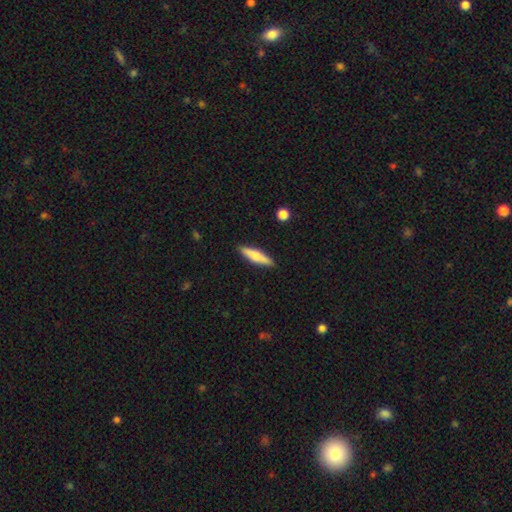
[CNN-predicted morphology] A smooth galaxy with no disk features (64%) that is cigar-shaped (81%).

Vote fractions:
- Smooth or featured? smooth: 64% / featured or disk: 30% / star or artifact: 6%
- How rounded? cigar-shaped: 81% / in between: 17% / round: 2%
- Merging? none: 90% / minor disturbance: 7% / major disturbance: 2% / merger: 1%